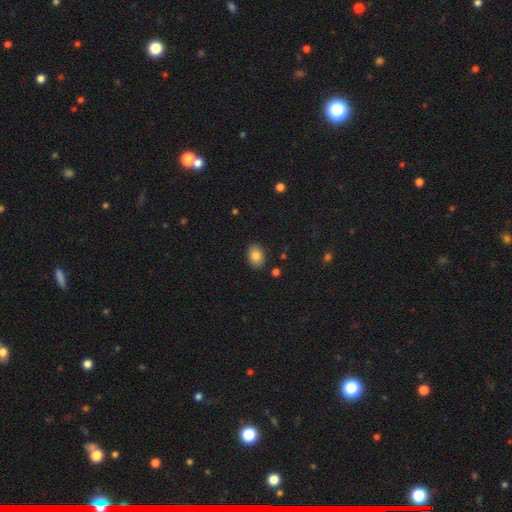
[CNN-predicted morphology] smooth_or_featured: smooth (p=0.83) [alt: star or artifact p=0.09]
how_rounded: in between (p=0.75) [alt: round p=0.24]
merging: none (p=0.88) [alt: minor disturbance p=0.08]